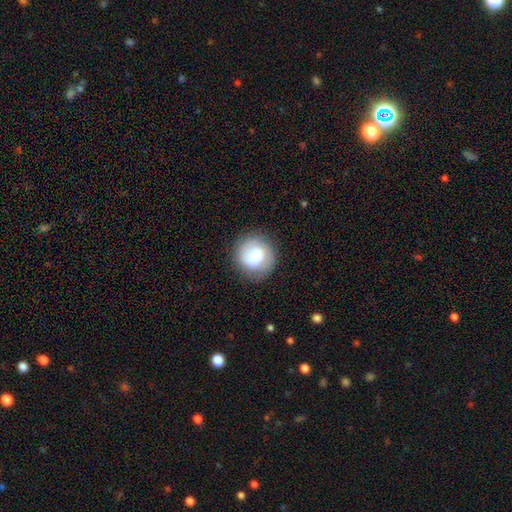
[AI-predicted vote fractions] A smooth galaxy with no disk features (64%) that is round (92%).

Vote fractions:
- Smooth or featured? smooth: 64% / featured or disk: 29% / star or artifact: 8%
- How rounded? round: 92% / in between: 7% / cigar-shaped: 1%
- Merging? none: 84% / minor disturbance: 10% / major disturbance: 4% / merger: 1%